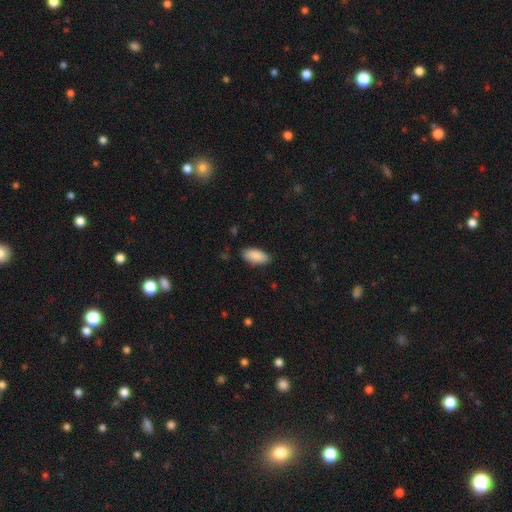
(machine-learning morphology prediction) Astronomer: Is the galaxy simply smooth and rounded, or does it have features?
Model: smooth — 89%.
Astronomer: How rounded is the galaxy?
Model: in between — 92%.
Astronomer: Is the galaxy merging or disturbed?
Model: none — 85%.